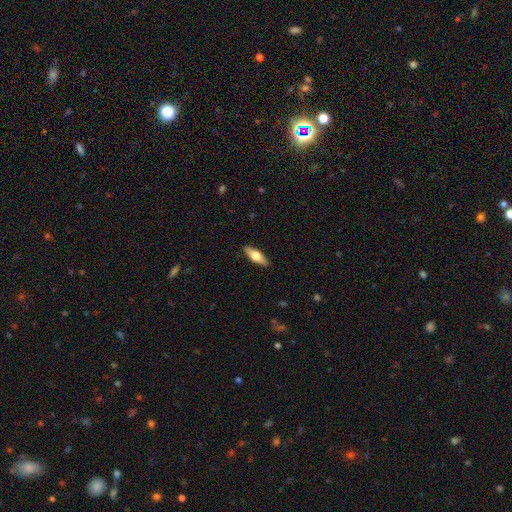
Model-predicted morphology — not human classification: smooth 53%, featured or disk 41%, star or artifact 6%. Down the decision tree: how rounded — in between (59%); merging — none (89%).